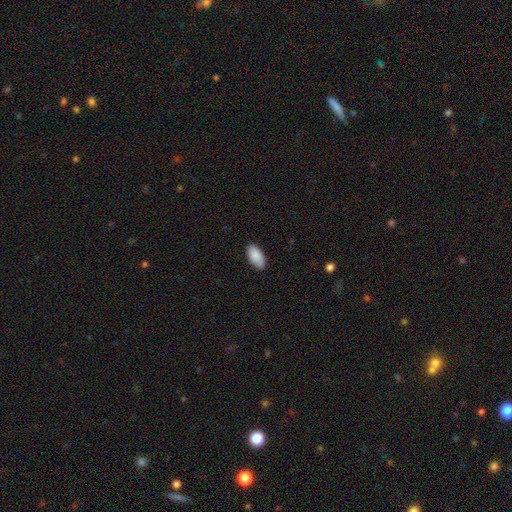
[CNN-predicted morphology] smooth 90%, star or artifact 6%, featured or disk 4%. Down the decision tree: how rounded — in between (95%); merging — none (87%).